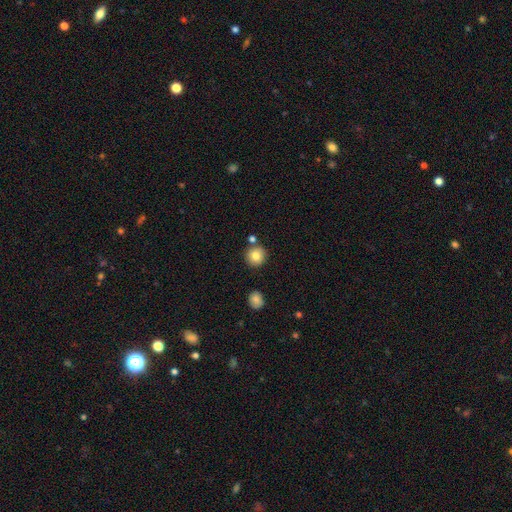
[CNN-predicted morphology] A smooth galaxy with no disk features (81%) that is round (93%). Merging: none (80%).